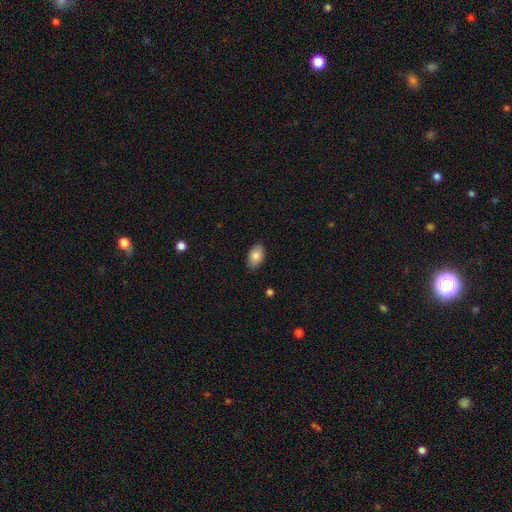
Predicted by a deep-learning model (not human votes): Overall: smooth (85%). How rounded: in between (91%). Merging: none (85%).